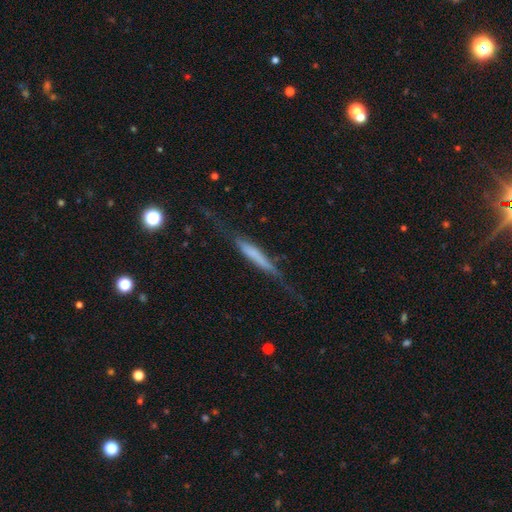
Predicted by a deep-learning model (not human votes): A featured or disk galaxy (53%) viewed edge-on (88%).

Vote fractions:
- Smooth or featured? featured or disk: 53% / smooth: 39% / star or artifact: 8%
- Edge-on disk? yes: 88% / no: 12%
- Merging? none: 56% / minor disturbance: 25% / major disturbance: 16% / merger: 3%